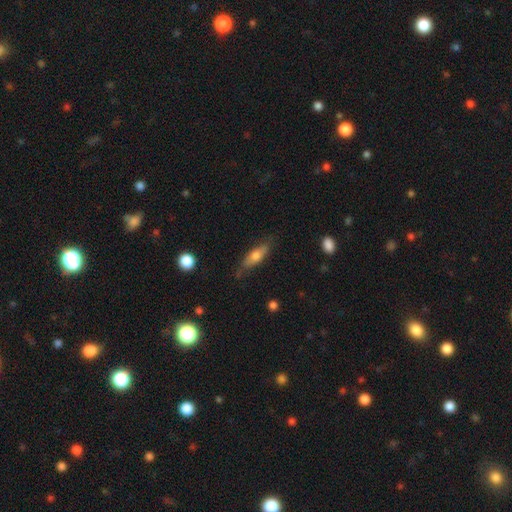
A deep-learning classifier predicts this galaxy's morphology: A smooth galaxy with no disk features (59%) that is in between round and cigar-shaped (49%). Merging: none (71%).